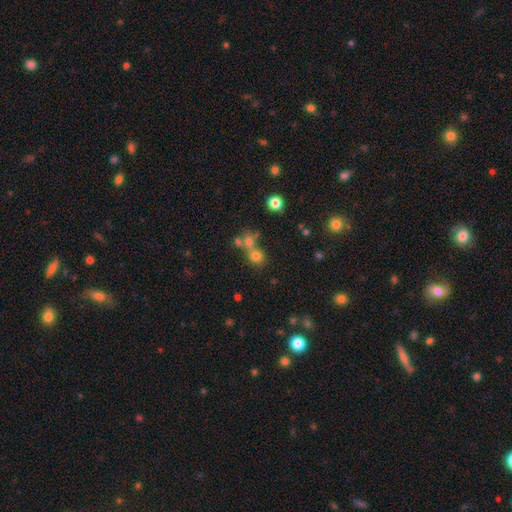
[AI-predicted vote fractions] Morphology: type=smooth (70%); roundness=round (83%); merging=none (48%).